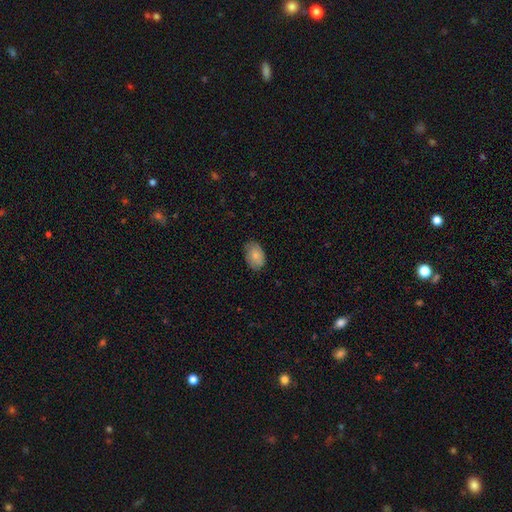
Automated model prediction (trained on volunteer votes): This is clearly a smooth galaxy (80%). How rounded: clearly in between (86%). Merging: likely none (76%).